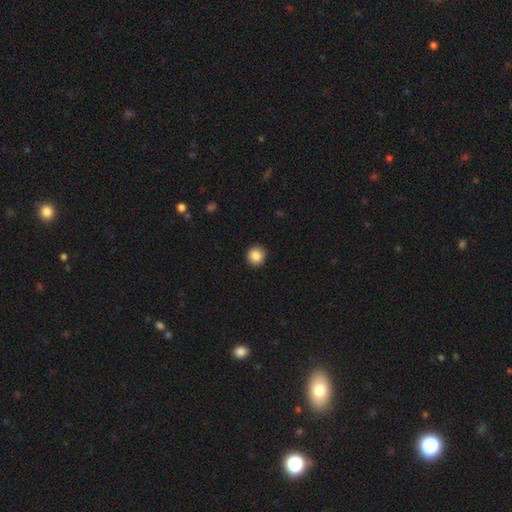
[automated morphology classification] A smooth galaxy with no disk features (88%) that is round (92%).

Vote fractions:
- Smooth or featured? smooth: 88% / star or artifact: 9% / featured or disk: 3%
- How rounded? round: 92% / in between: 7% / cigar-shaped: 1%
- Merging? none: 91% / minor disturbance: 6% / major disturbance: 2% / merger: 1%